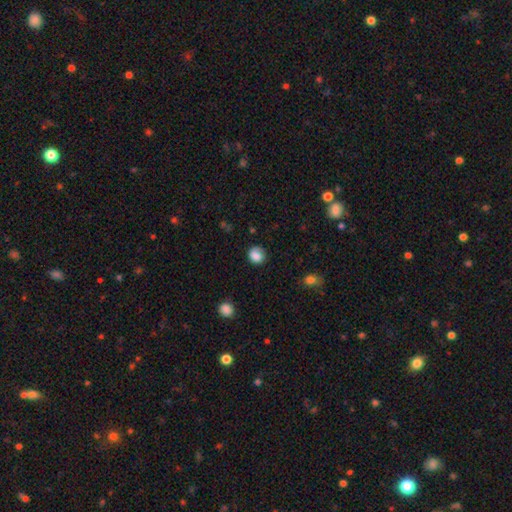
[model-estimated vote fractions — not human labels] smooth-or-featured: smooth: 83% | star or artifact: 9% | featured or disk: 8%
  how-rounded: round: 76% | in between: 23% | cigar-shaped: 1%
  merging: none: 72% | minor disturbance: 20% | major disturbance: 6% | merger: 2%